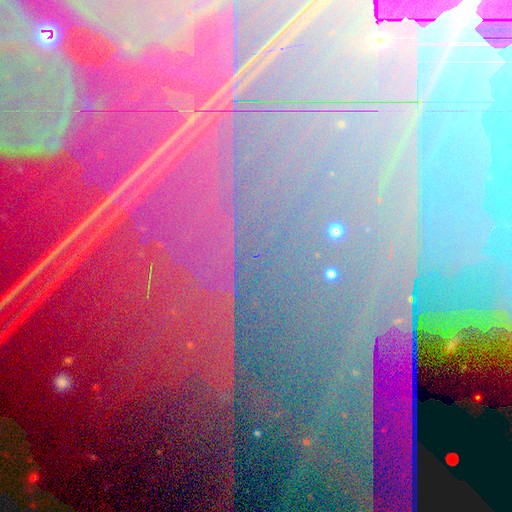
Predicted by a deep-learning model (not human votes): Smooth or featured? Predicted: star or artifact (p=0.86).